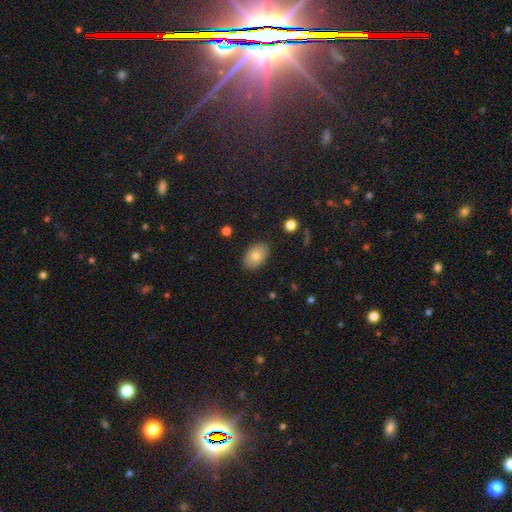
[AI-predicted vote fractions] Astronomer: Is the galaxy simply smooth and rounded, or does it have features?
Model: smooth — 76%.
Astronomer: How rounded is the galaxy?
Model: in between — 88%.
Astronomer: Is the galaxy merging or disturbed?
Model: none — 86%.